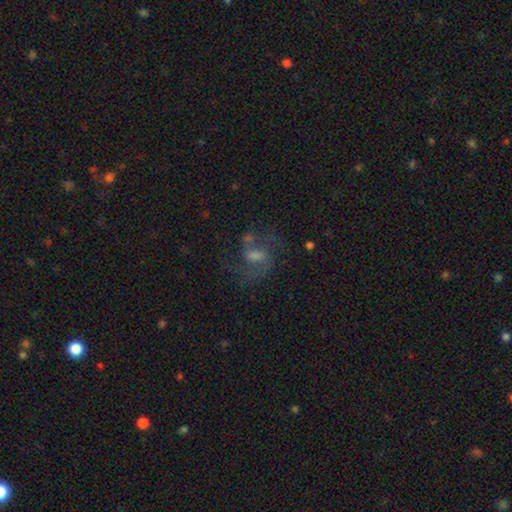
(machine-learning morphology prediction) featured or disk 69%, star or artifact 19%, smooth 12%. Down the decision tree: edge-on disk — no (97%); bar — weak (53%); spiral arms — yes (92%); spiral arm count — 2 (84%); spiral winding — medium (53%); bulge size — moderate (42%); merging — none (72%).